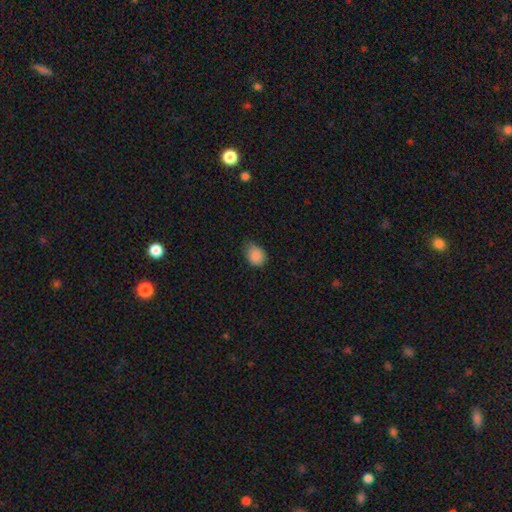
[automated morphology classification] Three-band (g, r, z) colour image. It shows a smooth galaxy with no disk features (87%) that is in between round and cigar-shaped (54%). Merging: none (59%).